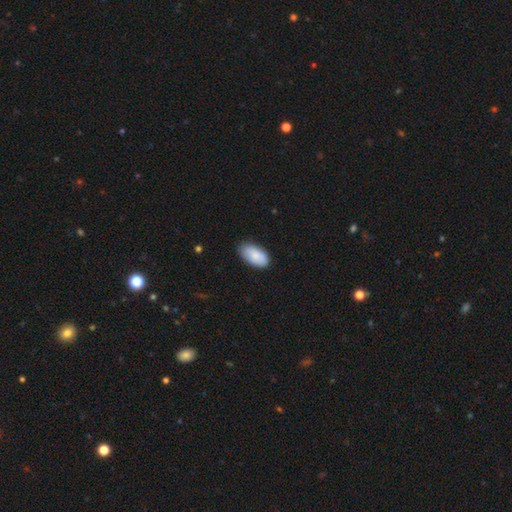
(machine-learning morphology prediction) smooth-or-featured: smooth: 85% | featured or disk: 10% | star or artifact: 6%
  how-rounded: in between: 95% | round: 3% | cigar-shaped: 2%
  merging: none: 78% | minor disturbance: 18% | major disturbance: 3% | merger: 1%